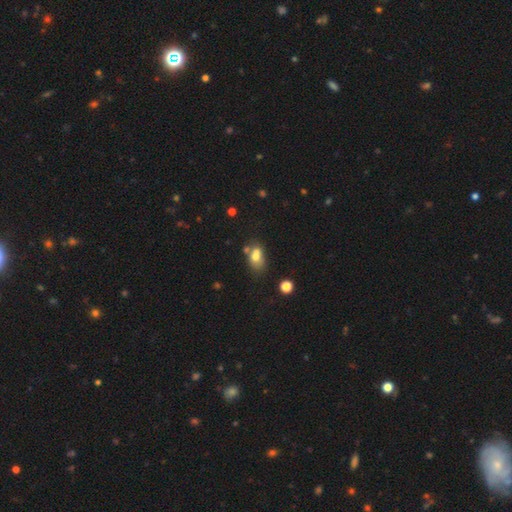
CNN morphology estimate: type=smooth (70%); roundness=in between (72%); merging=merger (42%).